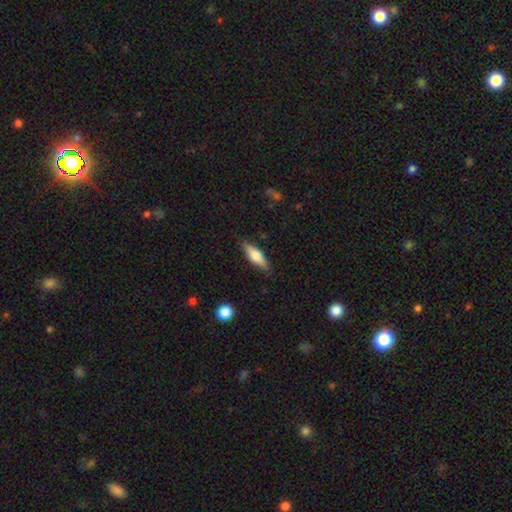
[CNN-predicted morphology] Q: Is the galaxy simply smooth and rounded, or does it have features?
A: smooth — 56%.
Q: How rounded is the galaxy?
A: cigar-shaped — 53%.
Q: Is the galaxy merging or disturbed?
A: none — 86%.